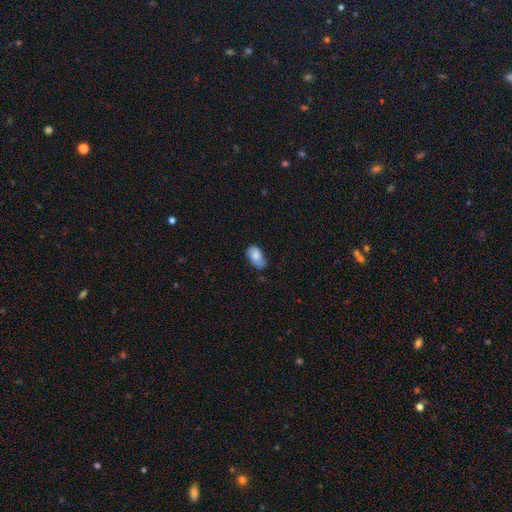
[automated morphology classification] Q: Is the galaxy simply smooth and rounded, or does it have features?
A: smooth — 76%.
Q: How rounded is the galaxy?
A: in between — 91%.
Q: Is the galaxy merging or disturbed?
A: none — 56%.